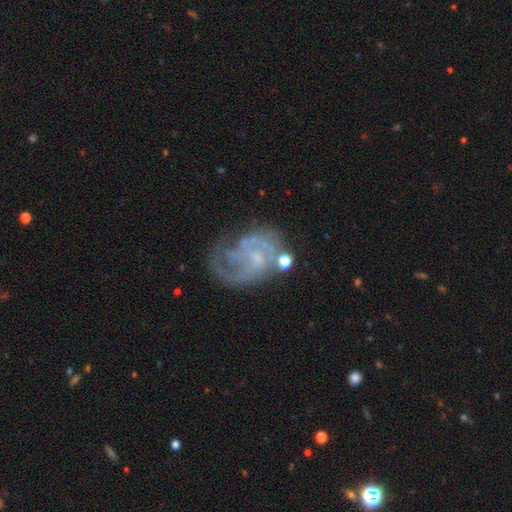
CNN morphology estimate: This is likely a featured or disk galaxy (80%). It is clearly not viewed edge-on (98%). Bar: likely no (62%). Spiral arm pattern: clearly yes (87%). Spiral arm count: marginally 2 (37%). Spiral winding: marginally medium (42%). Central bulge: possibly small (55%). Merging: possibly none (49%).